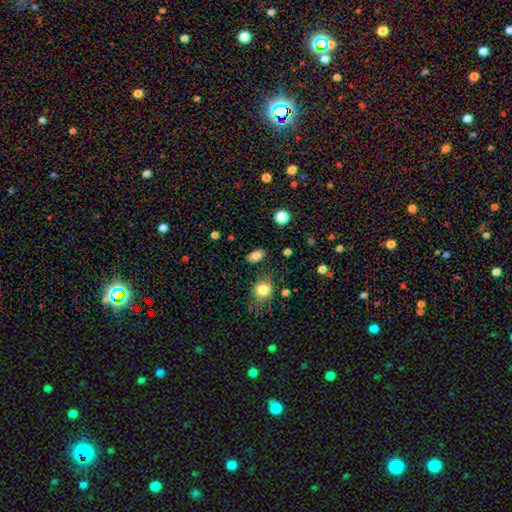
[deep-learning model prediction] smooth-or-featured: smooth: 84% | star or artifact: 9% | featured or disk: 7%
  how-rounded: in between: 88% | round: 9% | cigar-shaped: 3%
  merging: none: 85% | minor disturbance: 10% | major disturbance: 3% | merger: 2%